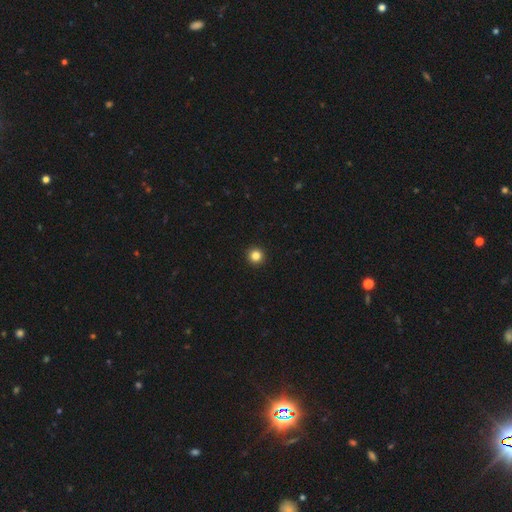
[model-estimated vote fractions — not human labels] Q: Smooth or featured?
A: smooth (84%); runner-up: star or artifact (12%)
Q: How rounded?
A: round (96%); runner-up: in between (3%)
Q: Merging?
A: none (95%); runner-up: minor disturbance (3%)